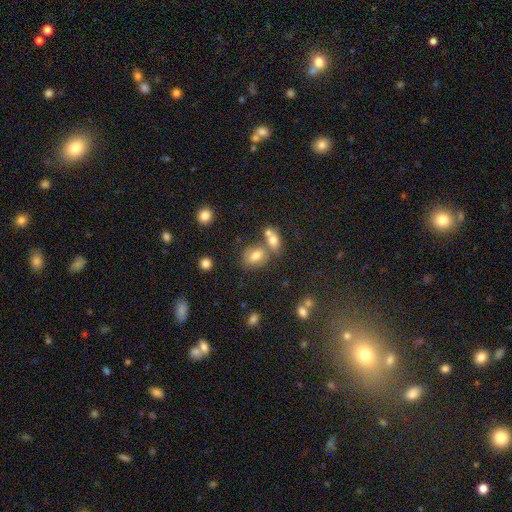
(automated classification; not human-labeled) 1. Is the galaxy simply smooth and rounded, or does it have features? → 71% smooth, 17% featured or disk, 12% star or artifact.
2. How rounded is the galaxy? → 65% in between, 33% round, 2% cigar-shaped.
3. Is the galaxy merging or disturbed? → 47% none, 32% merger, 15% minor disturbance, 6% major disturbance.